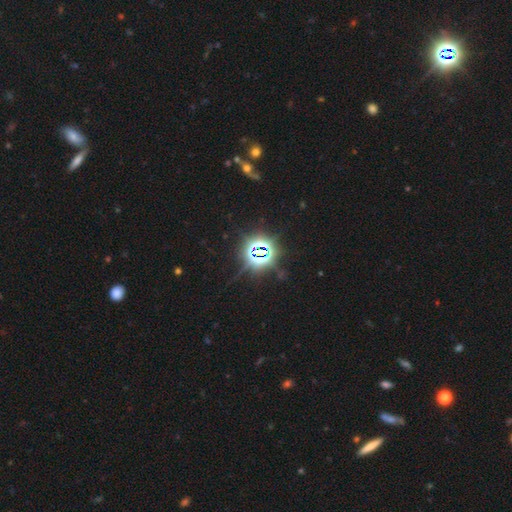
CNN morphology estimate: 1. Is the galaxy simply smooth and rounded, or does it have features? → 83% star or artifact, 10% smooth, 7% featured or disk.